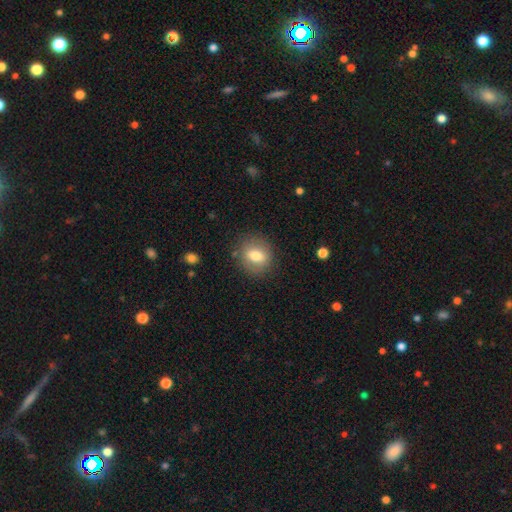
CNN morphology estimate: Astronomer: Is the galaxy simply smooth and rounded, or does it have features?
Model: smooth — 73%.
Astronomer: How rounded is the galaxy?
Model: round — 69%.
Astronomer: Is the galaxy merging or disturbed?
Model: none — 84%.